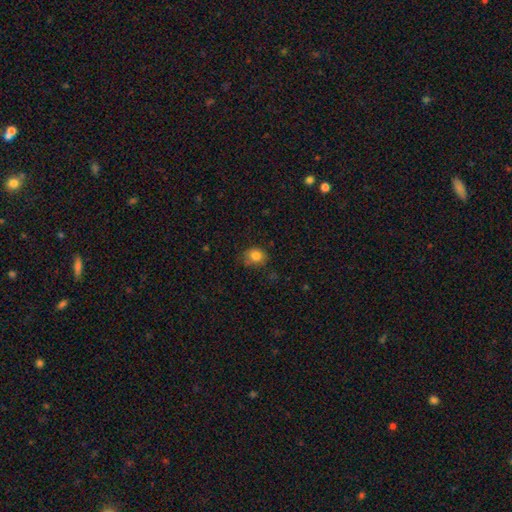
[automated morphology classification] Overall: smooth (82%). How rounded: round (60%; in between 39%). Merging: none (66%).